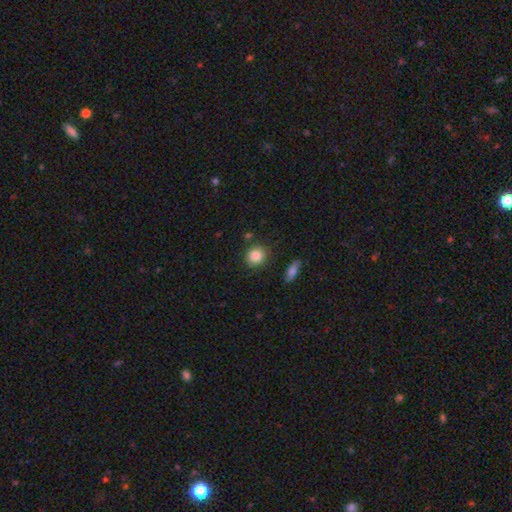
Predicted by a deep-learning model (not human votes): A smooth galaxy with no disk features (85%) that is round (80%).

Vote fractions:
- Smooth or featured? smooth: 85% / star or artifact: 9% / featured or disk: 6%
- How rounded? round: 80% / in between: 19% / cigar-shaped: 1%
- Merging? none: 84% / minor disturbance: 10% / merger: 4% / major disturbance: 2%